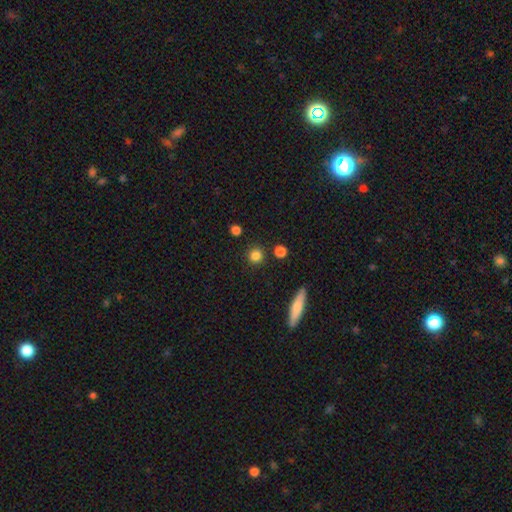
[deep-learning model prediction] Smooth or featured: smooth — 84% (star or artifact — 12%)
How rounded: round — 91% (in between — 7%)
Merging: none — 87% (minor disturbance — 6%)